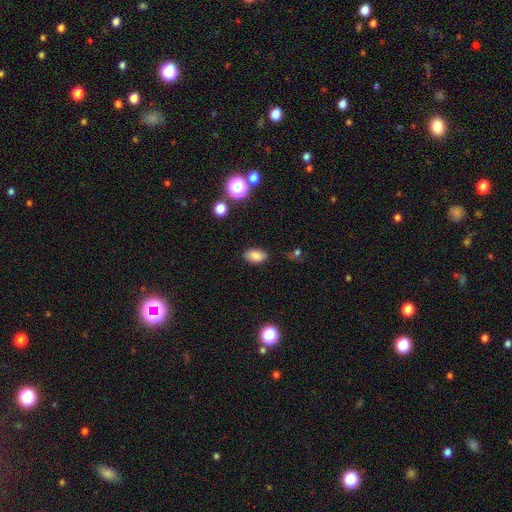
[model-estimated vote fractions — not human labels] A smooth galaxy with no disk features (82%) that is in between round and cigar-shaped (90%).

Vote fractions:
- Smooth or featured? smooth: 82% / star or artifact: 11% / featured or disk: 7%
- How rounded? in between: 90% / round: 8% / cigar-shaped: 2%
- Merging? none: 81% / minor disturbance: 14% / major disturbance: 3% / merger: 2%